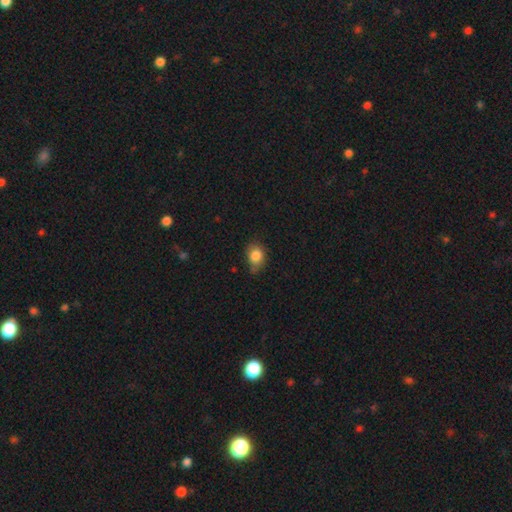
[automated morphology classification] A smooth galaxy with no disk features (83%) that is in between round and cigar-shaped (55%). Merging: none (58%).